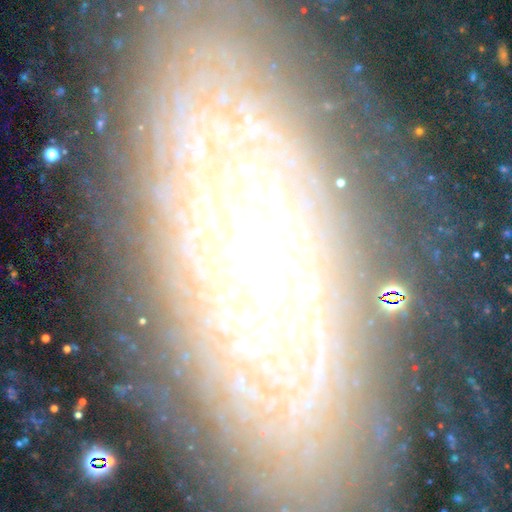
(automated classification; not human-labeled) Overall: featured or disk (79%). Edge-on disk: no (80%). Bar: no (75%). Spiral arms: yes (80%). Spiral arm count: can't tell (57%). Spiral winding: tight (77%). Bulge size: moderate (61%; small 22%). Merging: none (79%).